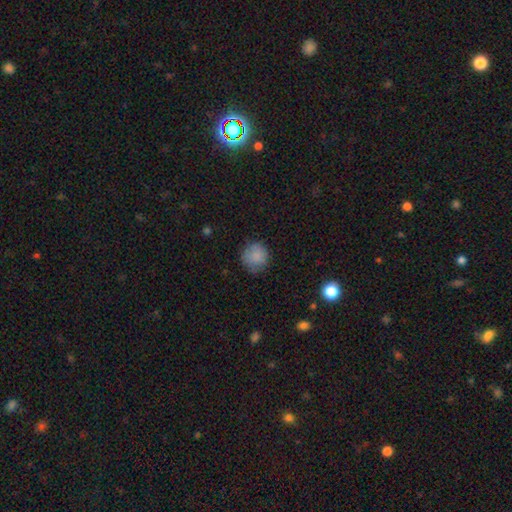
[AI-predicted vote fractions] Overall: smooth (84%). How rounded: round (91%). Merging: none (76%).